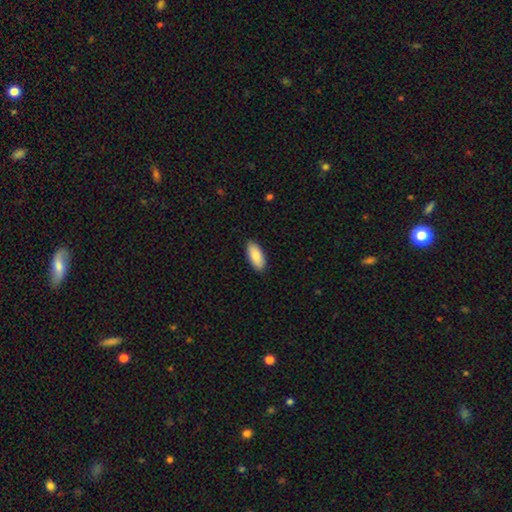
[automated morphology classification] smooth-or-featured: smooth: 88% | featured or disk: 7% | star or artifact: 6%
  how-rounded: in between: 87% | cigar-shaped: 11% | round: 2%
  merging: none: 88% | minor disturbance: 9% | major disturbance: 2% | merger: 1%